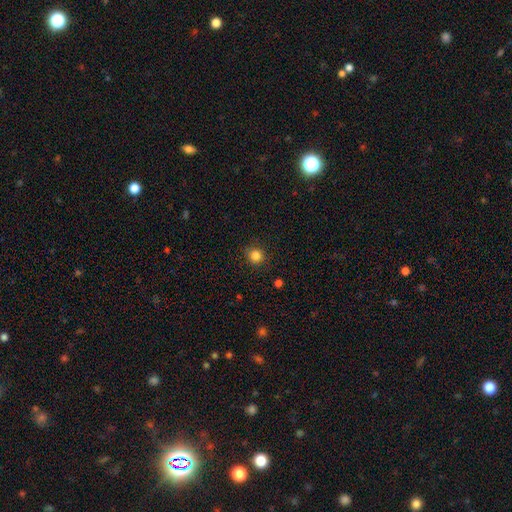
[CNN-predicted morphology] A smooth galaxy with no disk features (83%) that is round (92%). Merging: none (90%).